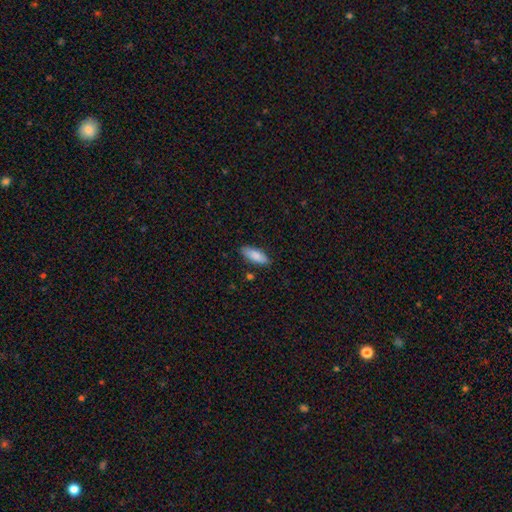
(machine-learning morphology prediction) Q: Smooth or featured?
A: smooth (86%); runner-up: featured or disk (8%)
Q: How rounded?
A: in between (71%); runner-up: cigar-shaped (27%)
Q: Merging?
A: none (85%); runner-up: minor disturbance (11%)